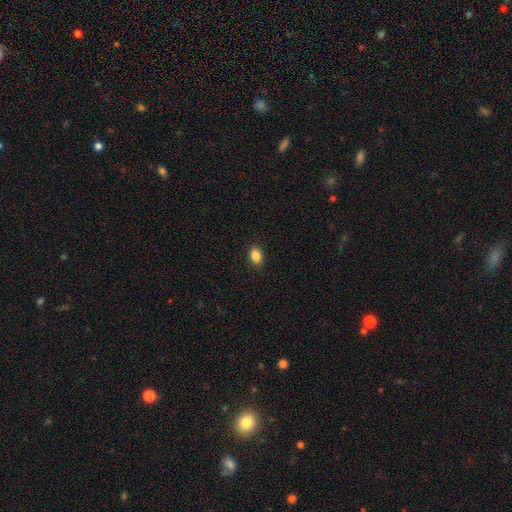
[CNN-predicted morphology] Overall: smooth (87%). How rounded: in between (82%). Merging: none (90%).